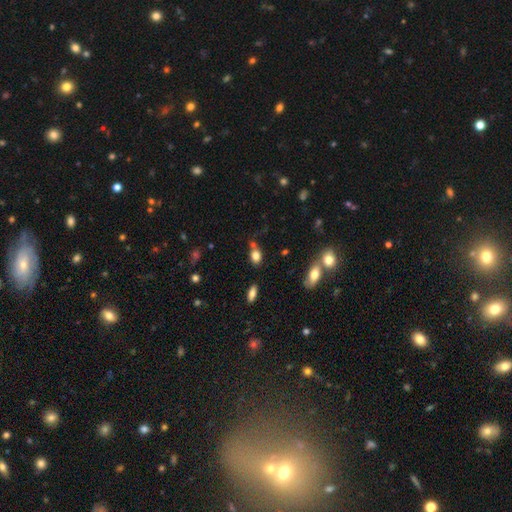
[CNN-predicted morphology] smooth 81%, star or artifact 11%, featured or disk 7%. Down the decision tree: how rounded — in between (71%); merging — none (60%).